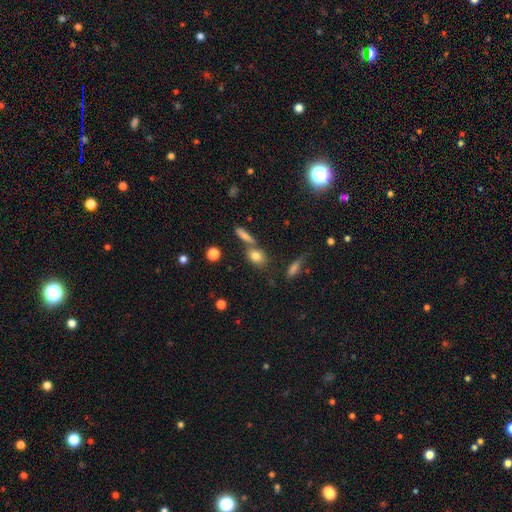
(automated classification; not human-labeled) Smooth or featured? Predicted: smooth (p=0.78). How rounded? Predicted: in between (p=0.52). Merging? Predicted: none (p=0.61).